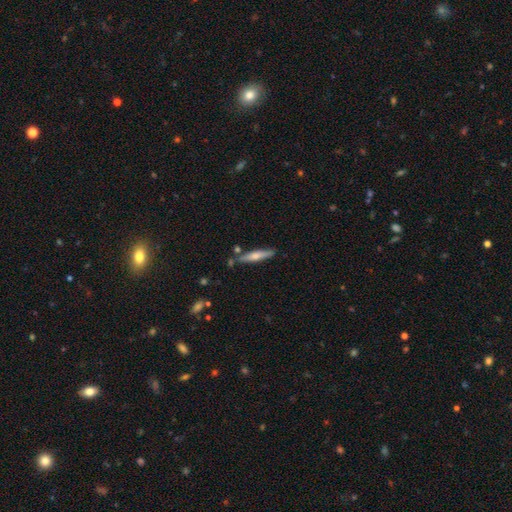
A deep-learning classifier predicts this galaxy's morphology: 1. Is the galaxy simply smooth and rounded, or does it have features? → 55% smooth, 39% featured or disk, 6% star or artifact.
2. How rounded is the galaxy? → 89% cigar-shaped, 9% in between, 1% round.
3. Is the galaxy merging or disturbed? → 79% none, 12% minor disturbance, 7% merger, 2% major disturbance.